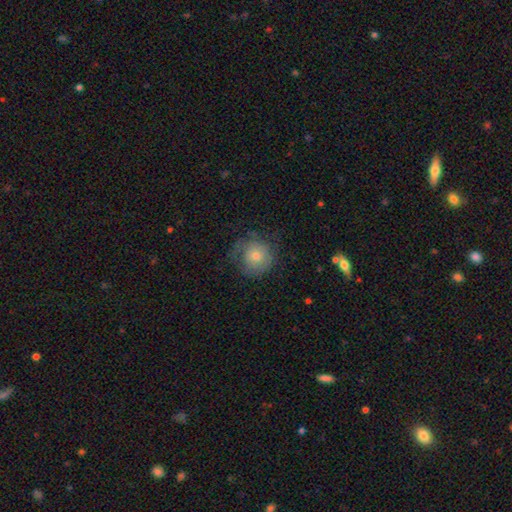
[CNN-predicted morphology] Smooth or featured?
  - smooth: 56% *
  - featured or disk: 34%
  - star or artifact: 10%
How rounded?
  - round: 90% *
  - in between: 9%
  - cigar-shaped: 1%
Merging?
  - none: 61% *
  - minor disturbance: 22%
  - major disturbance: 16%
  - merger: 1%